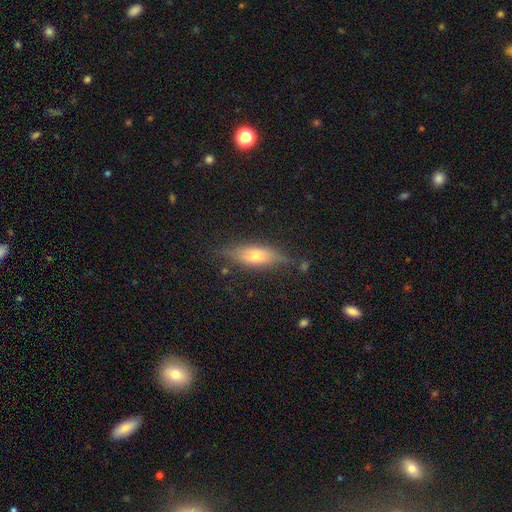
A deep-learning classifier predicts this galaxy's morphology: Smooth or featured?
  - featured or disk: 47% *
  - smooth: 44%
  - star or artifact: 9%
Merging?
  - none: 78% *
  - minor disturbance: 16%
  - major disturbance: 4%
  - merger: 2%